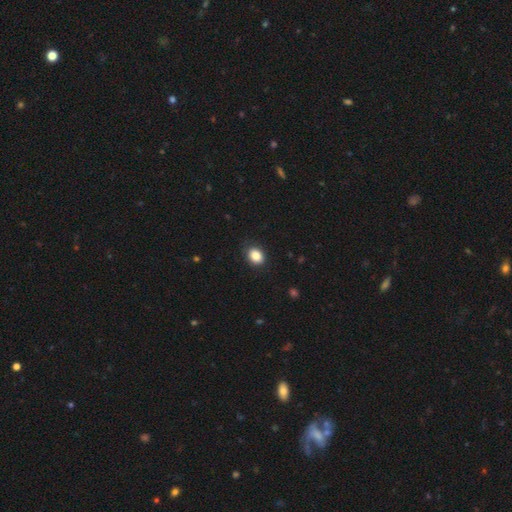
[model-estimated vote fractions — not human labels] smooth_or_featured: smooth (p=0.87) [alt: star or artifact p=0.09]
how_rounded: in between (p=0.54) [alt: round p=0.45]
merging: none (p=0.84) [alt: minor disturbance p=0.12]